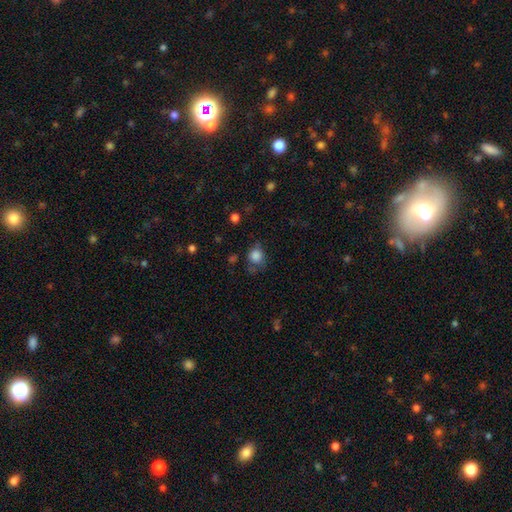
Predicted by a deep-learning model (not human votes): Smooth or featured?
  - smooth: 82% *
  - star or artifact: 11%
  - featured or disk: 7%
How rounded?
  - round: 75% *
  - in between: 24%
  - cigar-shaped: 1%
Merging?
  - none: 59% *
  - minor disturbance: 26%
  - major disturbance: 12%
  - merger: 4%